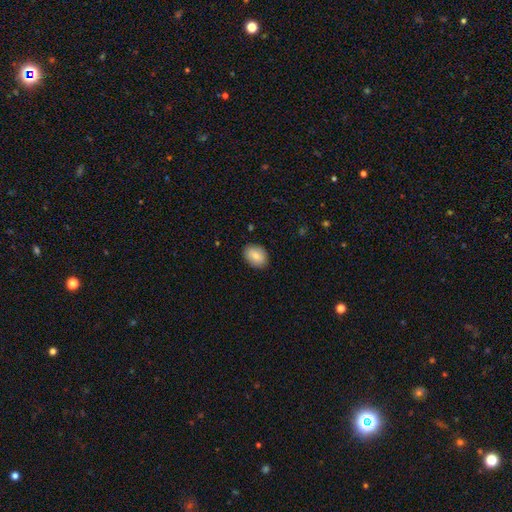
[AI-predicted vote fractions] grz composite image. It shows a smooth galaxy with no disk features (78%) that is in between round and cigar-shaped (70%). Merging: none (87%).